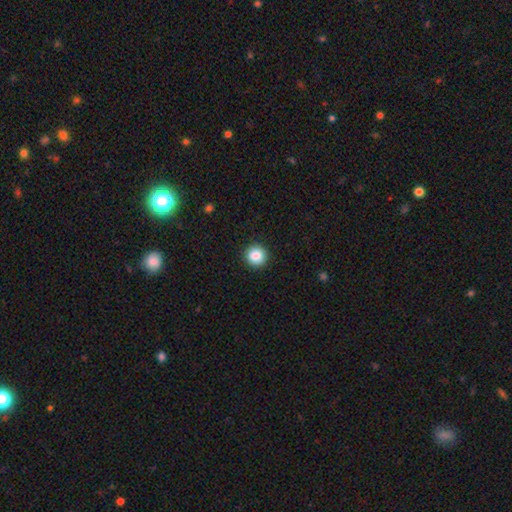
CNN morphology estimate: A smooth galaxy with no disk features (86%) that is round (94%). Merging: none (93%).